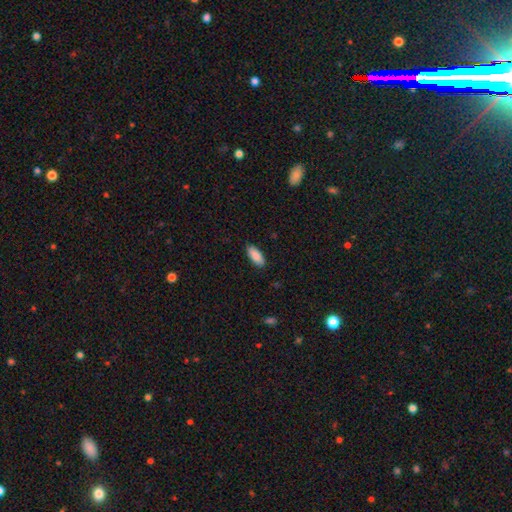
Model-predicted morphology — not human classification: Smooth or featured? smooth (87%)
How rounded? in between (84%)
Merging? none (88%)